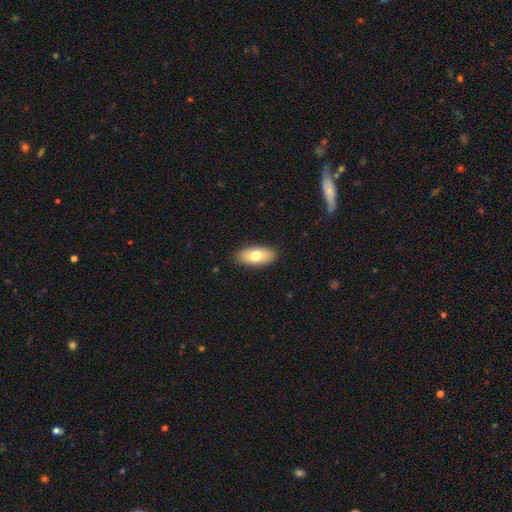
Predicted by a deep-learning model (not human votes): smooth_or_featured: smooth (p=0.74) [alt: featured or disk p=0.20]
how_rounded: in between (p=0.90) [alt: cigar-shaped p=0.07]
merging: none (p=0.88) [alt: minor disturbance p=0.09]